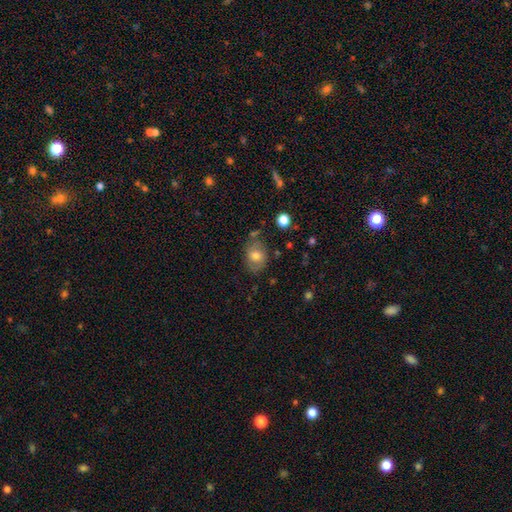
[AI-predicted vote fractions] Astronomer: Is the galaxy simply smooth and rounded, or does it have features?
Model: smooth — 71%.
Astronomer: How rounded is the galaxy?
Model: in between — 61% (runner-up: round, 38%).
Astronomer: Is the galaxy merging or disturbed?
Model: none — 67%.